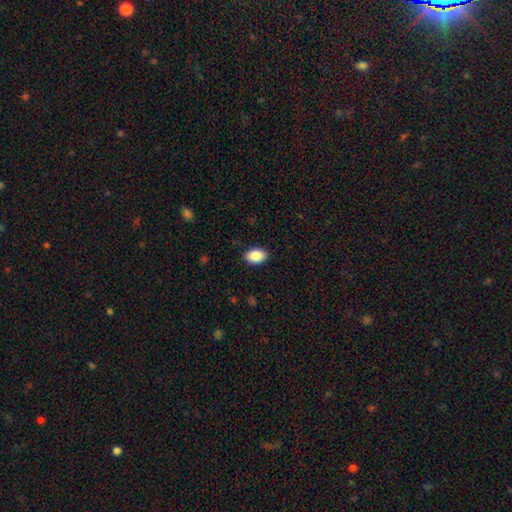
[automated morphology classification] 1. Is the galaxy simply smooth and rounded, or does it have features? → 89% smooth, 7% star or artifact, 4% featured or disk.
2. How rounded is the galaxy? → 90% in between, 9% round, 1% cigar-shaped.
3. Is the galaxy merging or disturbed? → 89% none, 8% minor disturbance, 2% major disturbance, 1% merger.